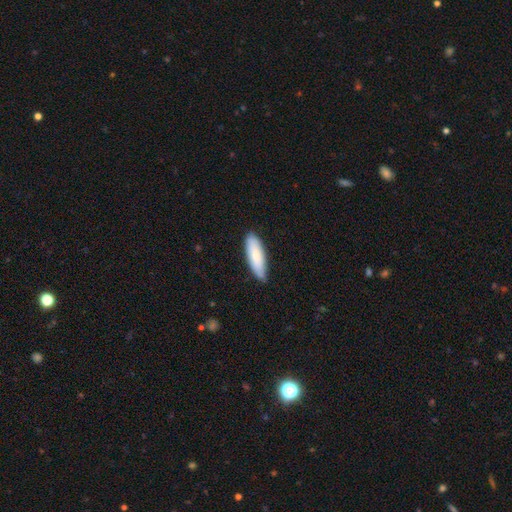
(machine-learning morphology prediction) smooth_or_featured: smooth (p=0.78) [alt: featured or disk p=0.17]
how_rounded: in between (p=0.56) [alt: cigar-shaped p=0.42]
merging: none (p=0.78) [alt: minor disturbance p=0.19]